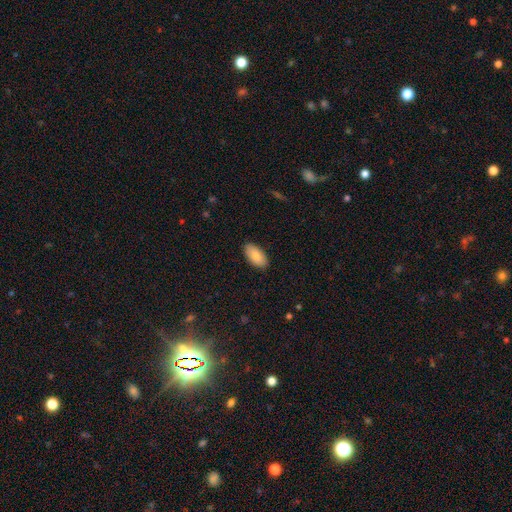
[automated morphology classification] Q: Smooth or featured?
A: smooth (87%); runner-up: featured or disk (7%)
Q: How rounded?
A: in between (95%); runner-up: cigar-shaped (3%)
Q: Merging?
A: none (88%); runner-up: minor disturbance (9%)